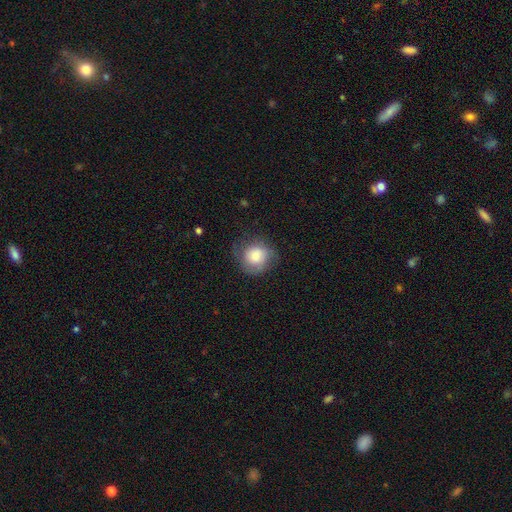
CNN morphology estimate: Smooth or featured?
  - smooth: 71% *
  - featured or disk: 20%
  - star or artifact: 8%
How rounded?
  - round: 85% *
  - in between: 14%
  - cigar-shaped: 1%
Merging?
  - none: 63% *
  - minor disturbance: 24%
  - major disturbance: 11%
  - merger: 1%